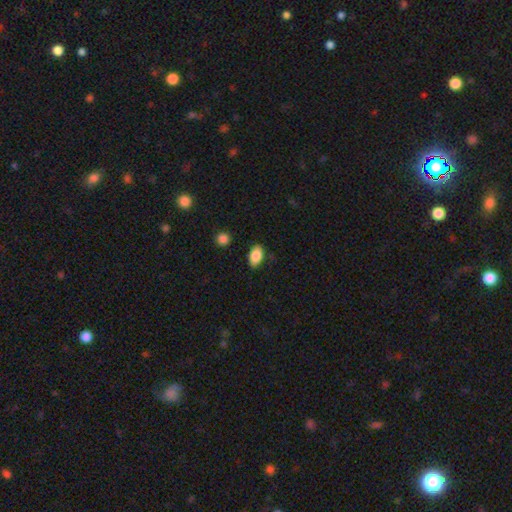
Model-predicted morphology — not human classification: This is clearly a smooth galaxy (87%). How rounded: clearly in between (91%). Merging: clearly none (85%).